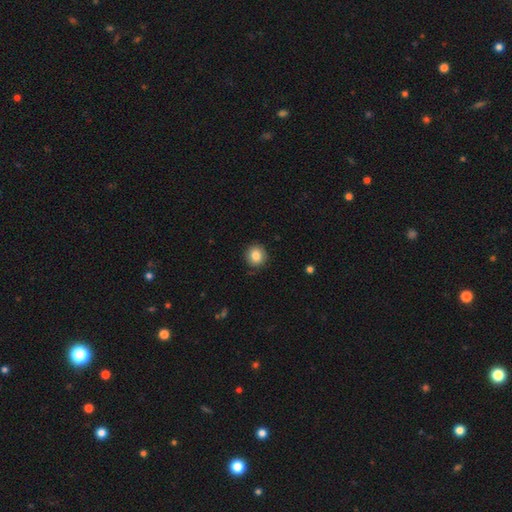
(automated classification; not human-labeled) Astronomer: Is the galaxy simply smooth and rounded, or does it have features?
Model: smooth — 84%.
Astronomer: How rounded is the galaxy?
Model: round — 93%.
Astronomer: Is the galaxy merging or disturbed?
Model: none — 89%.